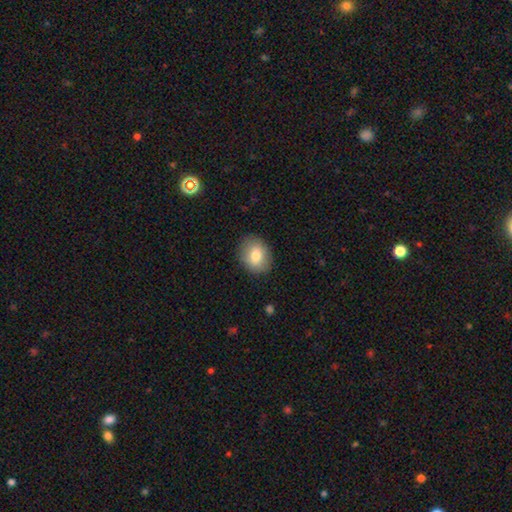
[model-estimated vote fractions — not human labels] This is likely a smooth galaxy (79%). How rounded: possibly round (51%). Merging: clearly none (88%).